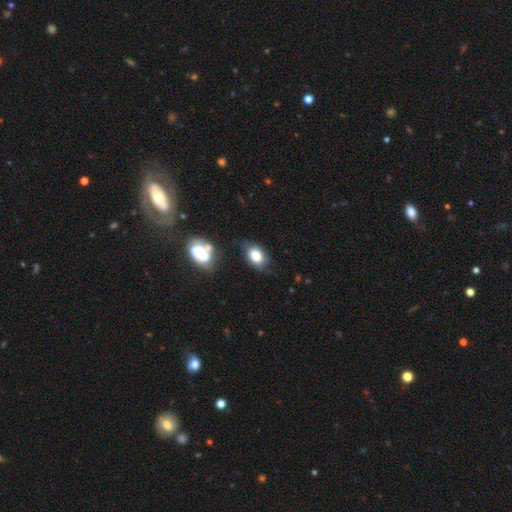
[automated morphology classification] This is likely a smooth galaxy (79%). How rounded: likely in between (80%). Merging: likely none (64%).